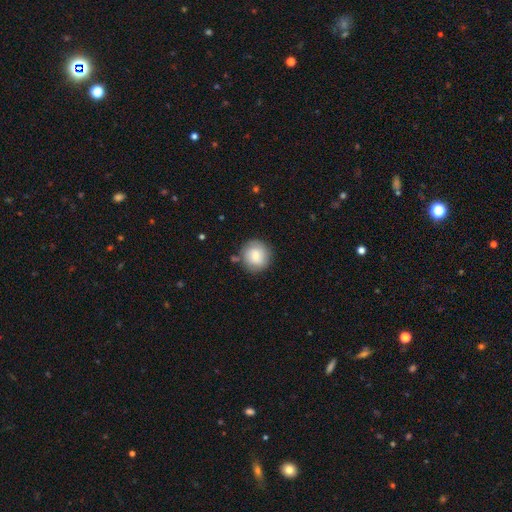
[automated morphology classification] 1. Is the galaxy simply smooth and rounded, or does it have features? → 74% smooth, 18% featured or disk, 8% star or artifact.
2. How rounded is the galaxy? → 92% round, 7% in between, 1% cigar-shaped.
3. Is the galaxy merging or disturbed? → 81% none, 12% minor disturbance, 4% major disturbance, 3% merger.